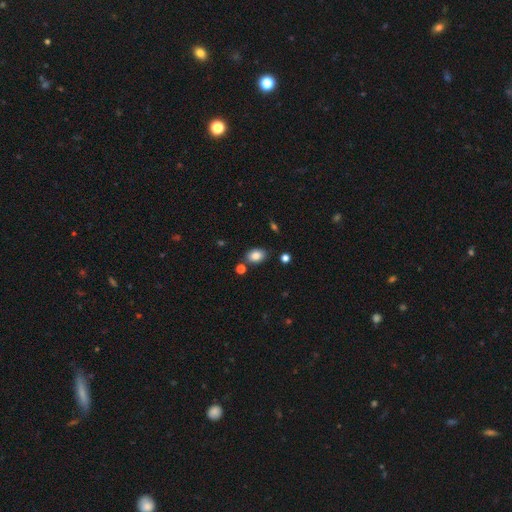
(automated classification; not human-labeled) A smooth galaxy with no disk features (83%) that is in between round and cigar-shaped (76%).

Vote fractions:
- Smooth or featured? smooth: 83% / star or artifact: 10% / featured or disk: 7%
- How rounded? in between: 76% / round: 22% / cigar-shaped: 1%
- Merging? none: 80% / minor disturbance: 12% / merger: 6% / major disturbance: 3%